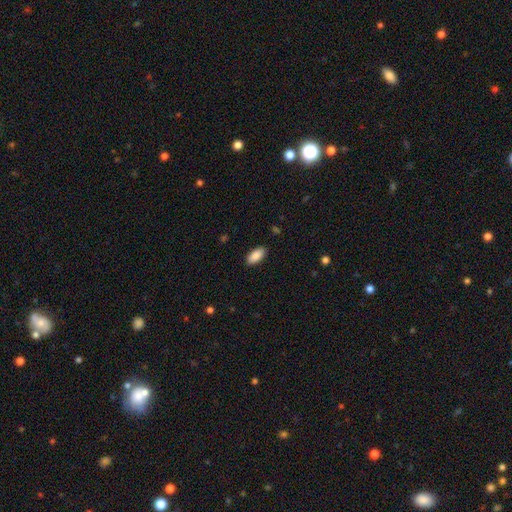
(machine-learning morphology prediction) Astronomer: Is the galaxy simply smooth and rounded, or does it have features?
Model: smooth — 89%.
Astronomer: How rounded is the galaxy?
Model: in between — 92%.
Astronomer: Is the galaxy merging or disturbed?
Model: none — 88%.